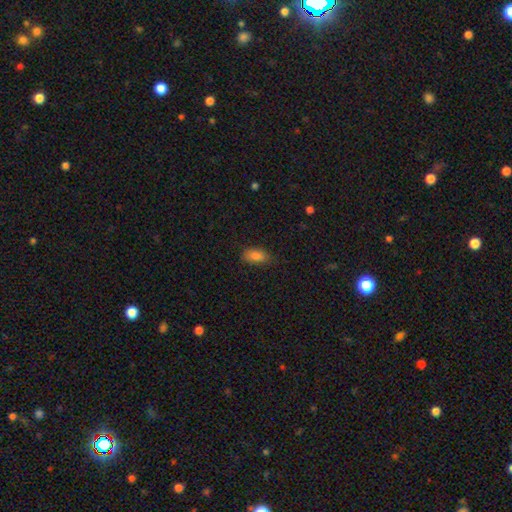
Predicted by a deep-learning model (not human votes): Q: Smooth or featured?
A: smooth (83%); runner-up: star or artifact (9%)
Q: How rounded?
A: in between (89%); runner-up: cigar-shaped (6%)
Q: Merging?
A: none (79%); runner-up: minor disturbance (17%)